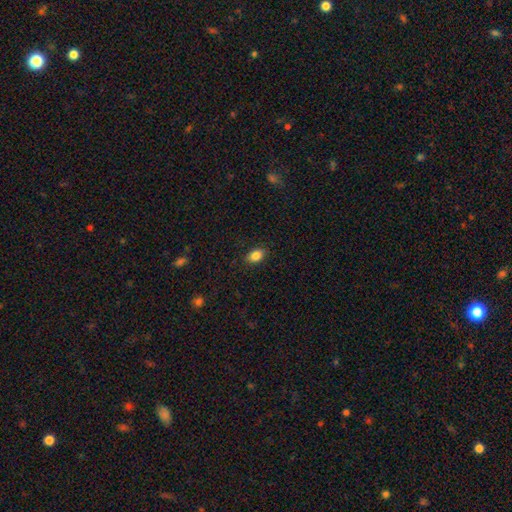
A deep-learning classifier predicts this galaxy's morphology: Smooth or featured: smooth — 86% (star or artifact — 9%)
How rounded: in between — 83% (round — 16%)
Merging: none — 87% (minor disturbance — 9%)